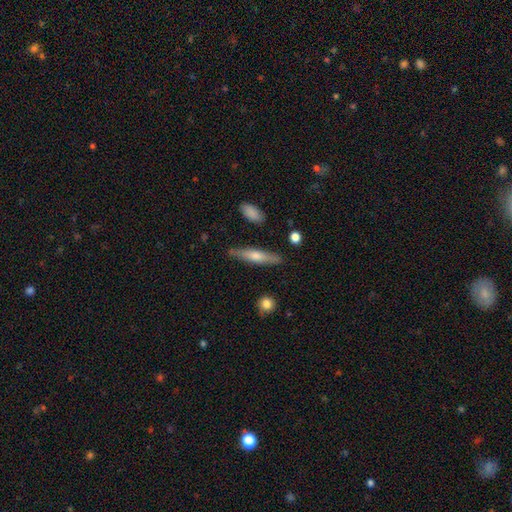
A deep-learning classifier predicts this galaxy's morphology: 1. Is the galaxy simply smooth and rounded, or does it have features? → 52% smooth, 42% featured or disk, 6% star or artifact.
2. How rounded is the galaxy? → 83% cigar-shaped, 15% in between, 2% round.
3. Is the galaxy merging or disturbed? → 86% none, 10% minor disturbance, 2% major disturbance, 2% merger.